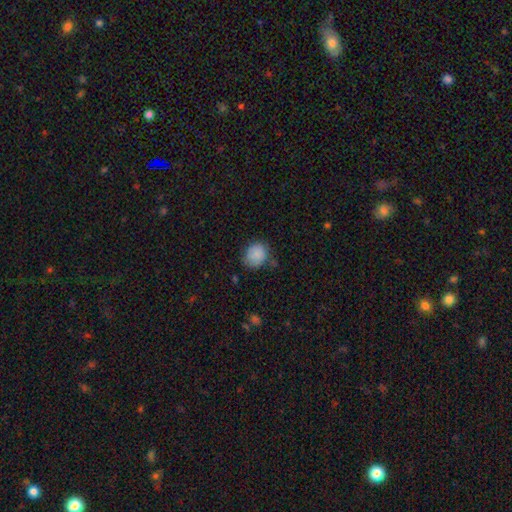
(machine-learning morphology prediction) Q: Smooth or featured?
A: smooth (86%); runner-up: star or artifact (9%)
Q: How rounded?
A: round (74%); runner-up: in between (25%)
Q: Merging?
A: none (70%); runner-up: minor disturbance (22%)